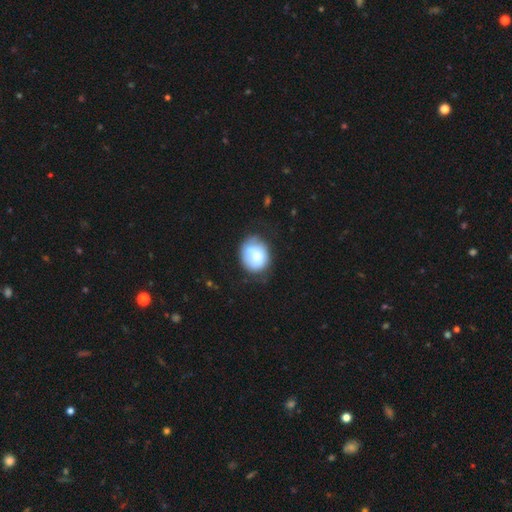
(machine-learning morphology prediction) Smooth or featured: smooth — 67% (featured or disk — 25%)
How rounded: round — 58% (in between — 41%)
Merging: none — 51% (minor disturbance — 27%)